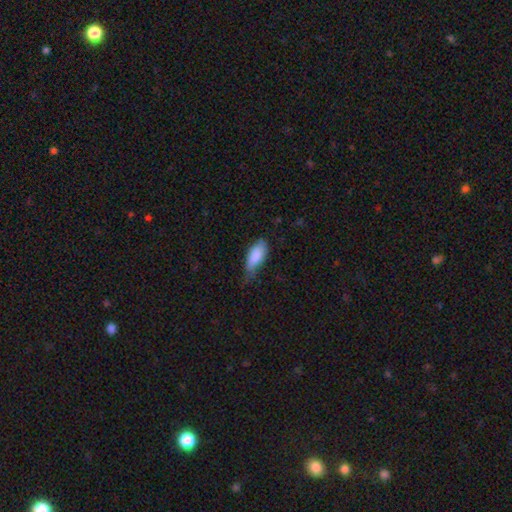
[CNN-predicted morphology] A smooth galaxy with no disk features (85%) that is in between round and cigar-shaped (84%).

Vote fractions:
- Smooth or featured? smooth: 85% / featured or disk: 9% / star or artifact: 6%
- How rounded? in between: 84% / cigar-shaped: 13% / round: 2%
- Merging? minor disturbance: 50% / none: 32% / major disturbance: 16% / merger: 2%